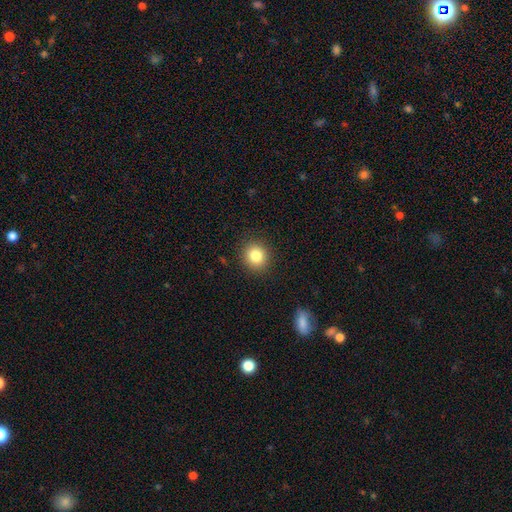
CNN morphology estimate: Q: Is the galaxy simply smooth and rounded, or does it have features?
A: smooth — 84%.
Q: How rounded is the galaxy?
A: round — 84%.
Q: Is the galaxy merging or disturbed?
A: none — 90%.